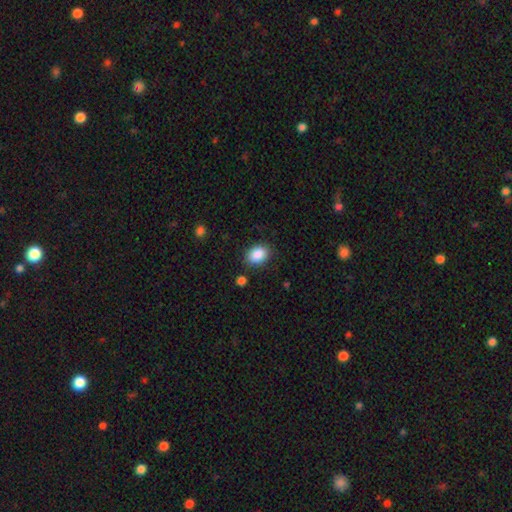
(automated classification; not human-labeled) Morphology: type=smooth (88%); roundness=in between (72%); merging=none (82%).